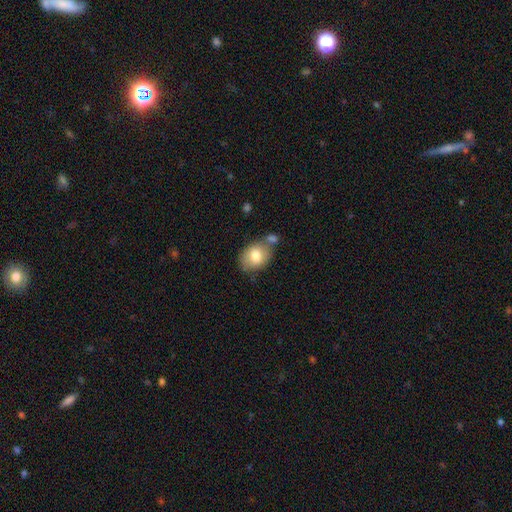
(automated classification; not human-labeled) Smooth or featured? Predicted: smooth (p=0.75). How rounded? Predicted: in between (p=0.69). Merging? Predicted: none (p=0.56).